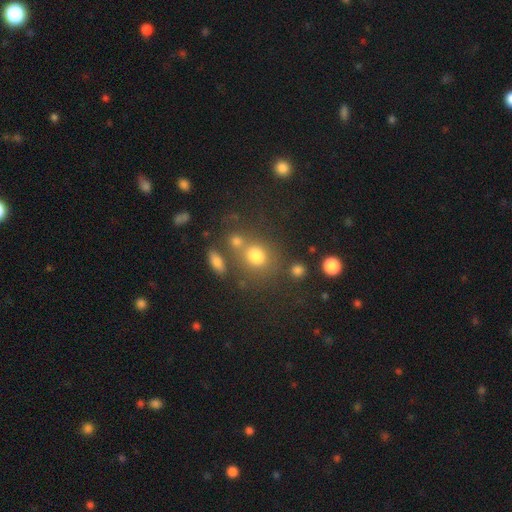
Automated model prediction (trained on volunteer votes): A smooth galaxy with no disk features (75%) that is round (67%).

Vote fractions:
- Smooth or featured? smooth: 75% / star or artifact: 15% / featured or disk: 10%
- How rounded? round: 67% / in between: 31% / cigar-shaped: 2%
- Merging? none: 58% / merger: 22% / minor disturbance: 13% / major disturbance: 7%